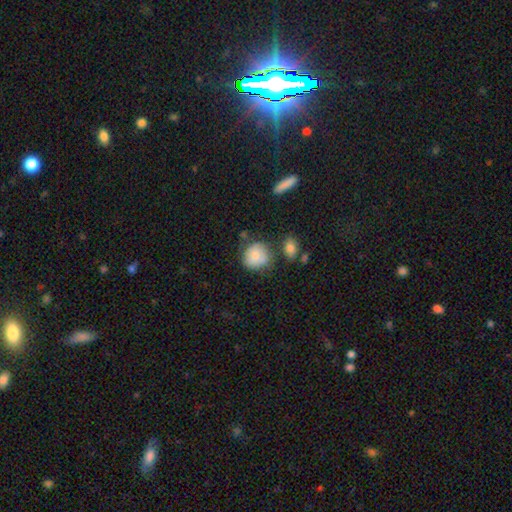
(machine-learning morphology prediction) Q: Smooth or featured?
A: smooth (74%); runner-up: featured or disk (18%)
Q: How rounded?
A: round (83%); runner-up: in between (16%)
Q: Merging?
A: none (62%); runner-up: minor disturbance (24%)